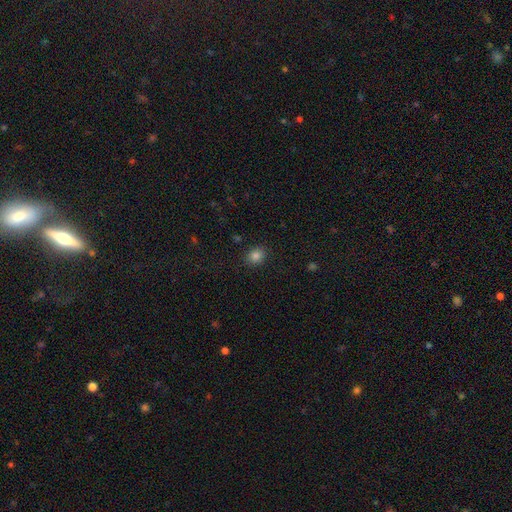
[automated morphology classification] Smooth or featured: smooth — 84% (star or artifact — 12%)
How rounded: round — 52% (in between — 48%)
Merging: none — 87% (minor disturbance — 9%)